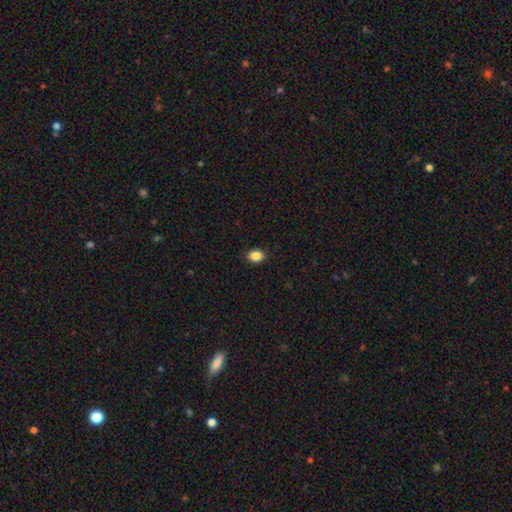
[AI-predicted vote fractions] Smooth or featured?
  - smooth: 86% *
  - star or artifact: 10%
  - featured or disk: 4%
How rounded?
  - round: 51% *
  - in between: 48%
  - cigar-shaped: 1%
Merging?
  - none: 89% *
  - minor disturbance: 8%
  - major disturbance: 2%
  - merger: 1%